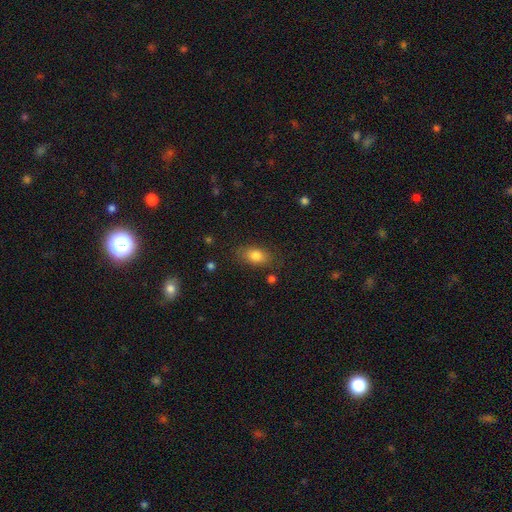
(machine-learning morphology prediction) The model was most divided on "merging": none: 79%, minor disturbance: 15%, major disturbance: 5%, merger: 2%. More confident: how rounded — in between (85%); smooth or featured — smooth (81%).